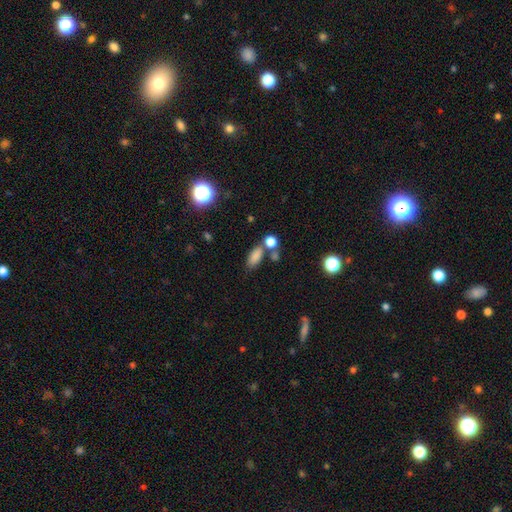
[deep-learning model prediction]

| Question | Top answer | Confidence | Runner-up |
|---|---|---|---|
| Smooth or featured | smooth | 81% | star or artifact (12%) |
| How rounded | in between | 84% | round (8%) |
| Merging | none | 58% | merger (24%) |